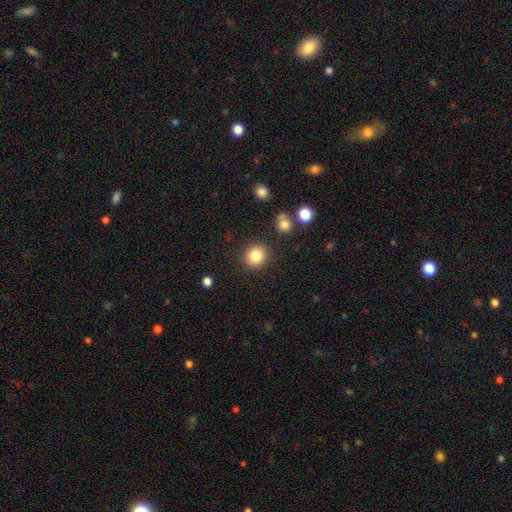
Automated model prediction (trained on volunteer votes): smooth 84%, star or artifact 10%, featured or disk 6%. Down the decision tree: how rounded — round (84%); merging — none (88%).